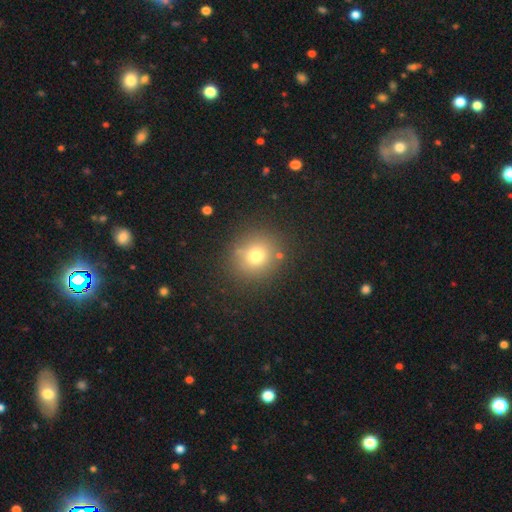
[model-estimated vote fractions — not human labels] Smooth or featured? Predicted: smooth (p=0.73). How rounded? Predicted: round (p=0.84). Merging? Predicted: none (p=0.85).